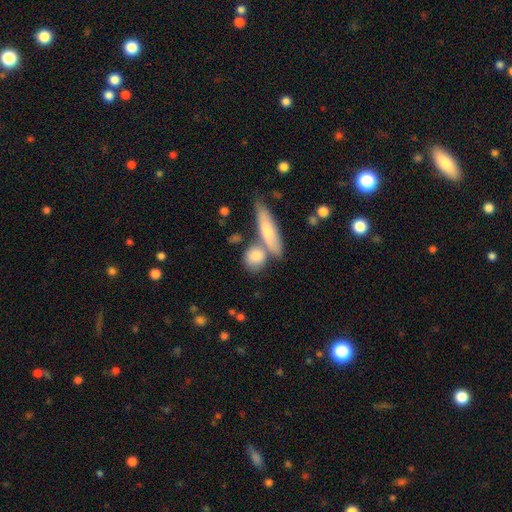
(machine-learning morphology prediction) A smooth galaxy with no disk features (80%) that is round (53%).

Vote fractions:
- Smooth or featured? smooth: 80% / featured or disk: 15% / star or artifact: 6%
- How rounded? round: 53% / in between: 30% / cigar-shaped: 17%
- Merging? none: 53% / merger: 30% / minor disturbance: 13% / major disturbance: 4%